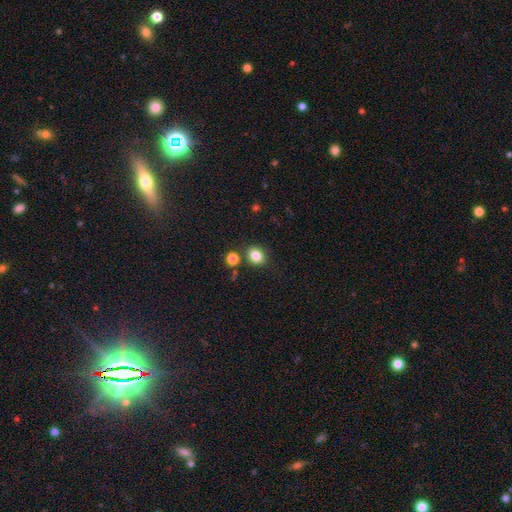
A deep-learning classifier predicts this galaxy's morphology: Overall: smooth (83%). How rounded: round (64%; in between 35%). Merging: none (80%).